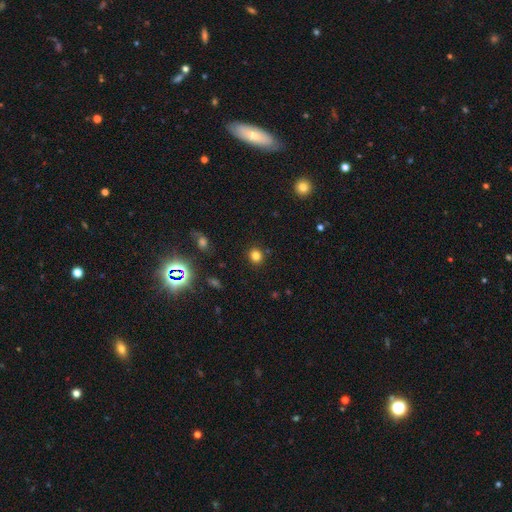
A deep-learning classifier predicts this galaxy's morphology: This is likely a smooth galaxy (79%). How rounded: clearly round (84%). Merging: clearly none (90%).